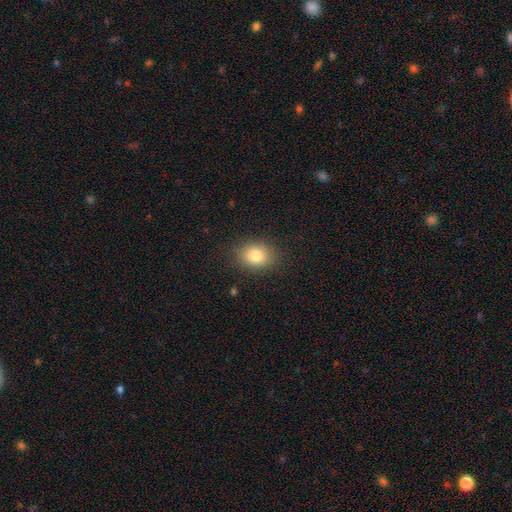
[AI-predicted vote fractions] This is clearly a smooth galaxy (81%). How rounded: possibly in between (55%). Merging: clearly none (86%).